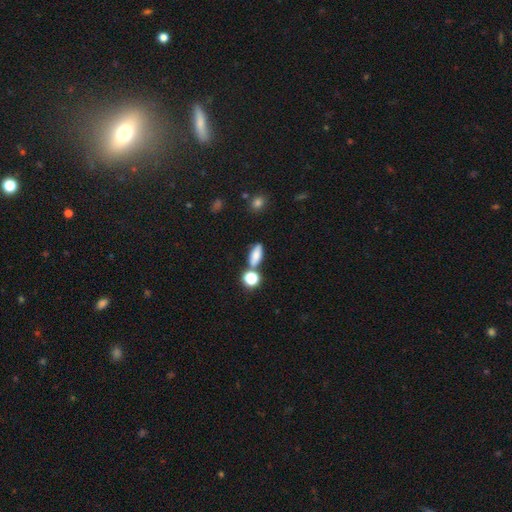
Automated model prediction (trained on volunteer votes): smooth-or-featured: smooth: 77% | star or artifact: 11% | featured or disk: 11%
  how-rounded: in between: 70% | cigar-shaped: 19% | round: 11%
  merging: none: 67% | merger: 17% | minor disturbance: 12% | major disturbance: 4%